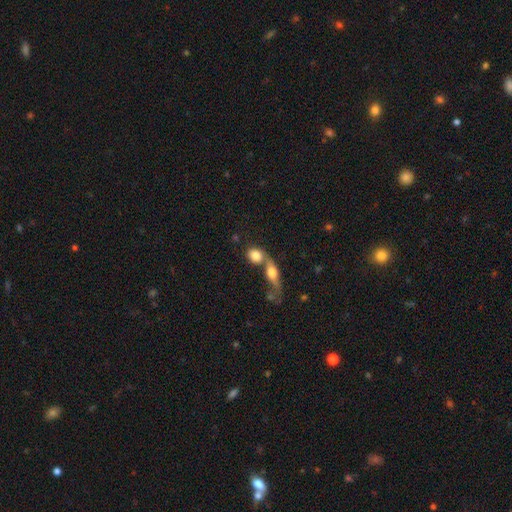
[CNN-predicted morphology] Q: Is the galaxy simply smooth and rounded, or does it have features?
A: smooth — 78%.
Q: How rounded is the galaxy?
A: round — 51%.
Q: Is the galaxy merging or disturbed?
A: merger — 56%.